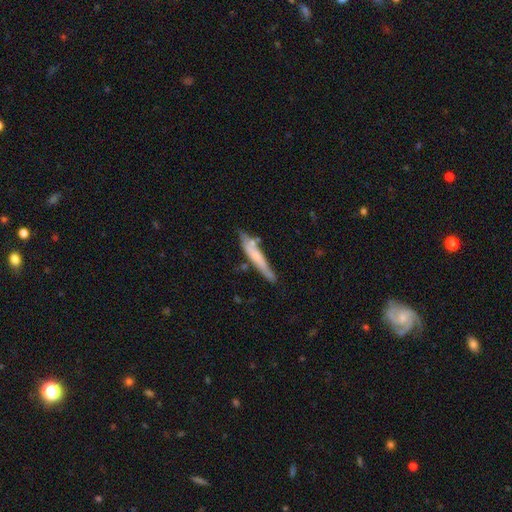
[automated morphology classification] Smooth or featured: smooth — 56% (featured or disk — 38%)
How rounded: cigar-shaped — 92% (in between — 6%)
Merging: none — 65% (minor disturbance — 20%)